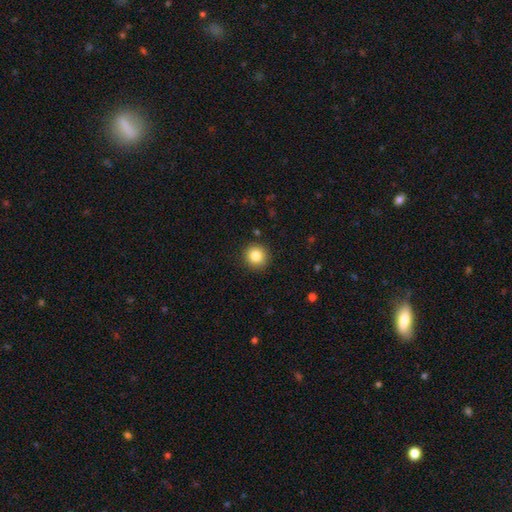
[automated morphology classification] smooth 84%, star or artifact 10%, featured or disk 6%. Down the decision tree: how rounded — round (94%); merging — none (91%).